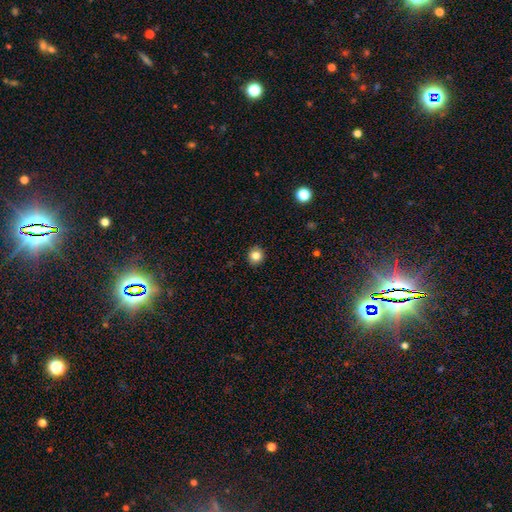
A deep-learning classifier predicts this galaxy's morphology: Smooth or featured? smooth (83%)
How rounded? round (89%)
Merging? none (92%)